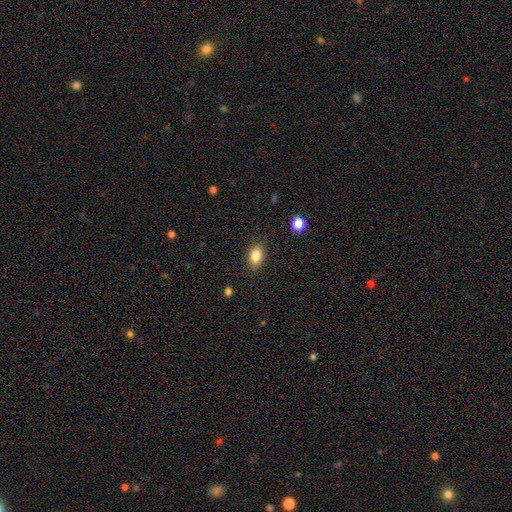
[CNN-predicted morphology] smooth 84%, star or artifact 9%, featured or disk 7%. Down the decision tree: how rounded — in between (83%); merging — none (86%).